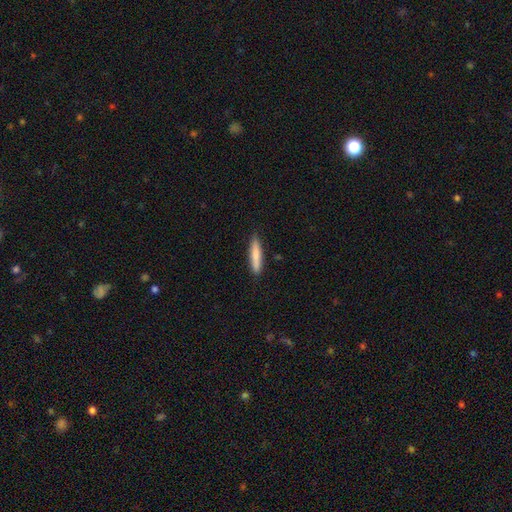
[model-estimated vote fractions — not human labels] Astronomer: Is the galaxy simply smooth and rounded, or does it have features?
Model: smooth — 81%.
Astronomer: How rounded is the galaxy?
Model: cigar-shaped — 87%.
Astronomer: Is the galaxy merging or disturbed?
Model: none — 87%.